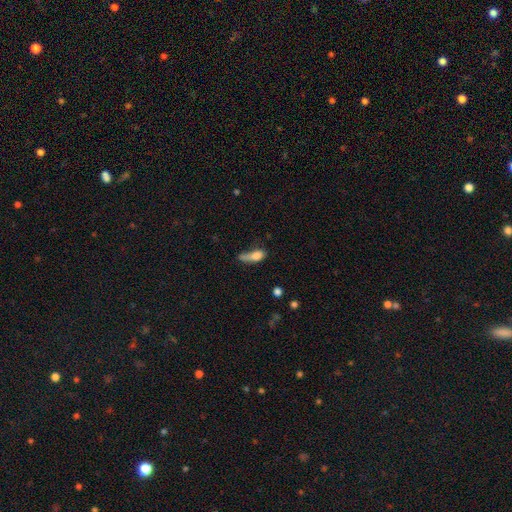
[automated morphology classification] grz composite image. It shows a smooth galaxy with no disk features (73%) that is in between round and cigar-shaped (61%). Merging: major disturbance (31%).